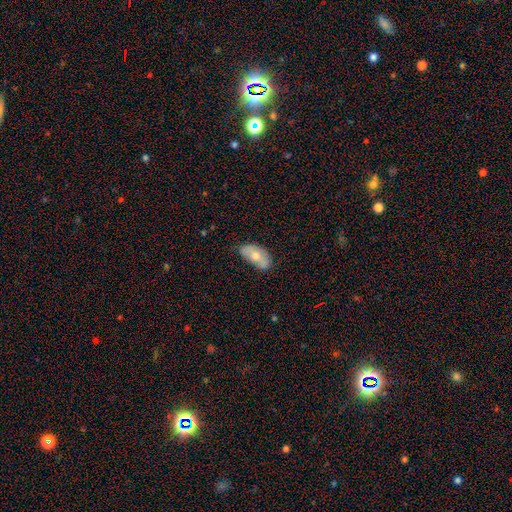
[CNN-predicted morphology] Smooth or featured? smooth (66%)
How rounded? in between (92%)
Merging? none (60%)